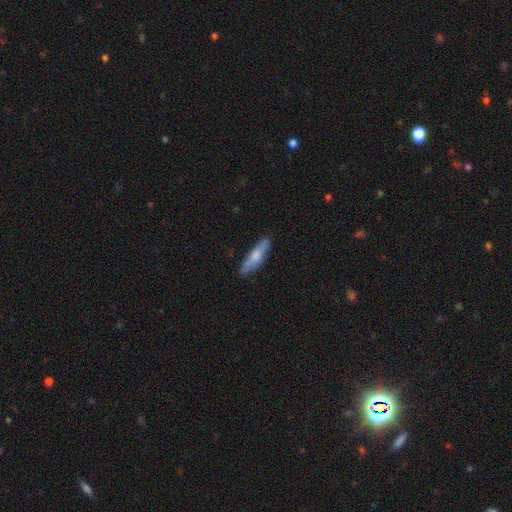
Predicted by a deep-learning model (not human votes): Overall: smooth (64%; featured or disk 30%). How rounded: cigar-shaped (79%). Merging: none (84%).